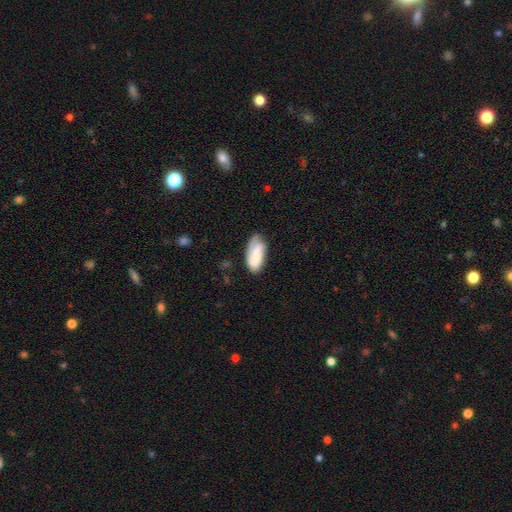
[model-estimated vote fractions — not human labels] Smooth or featured? Predicted: smooth (p=0.58). How rounded? Predicted: in between (p=0.86). Merging? Predicted: none (p=0.57).